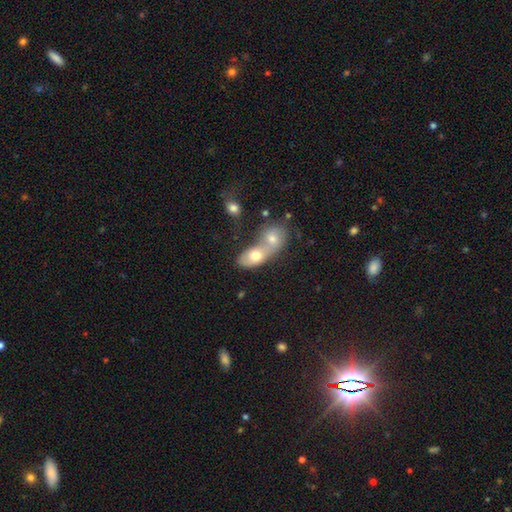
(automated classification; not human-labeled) This is likely a smooth galaxy (69%). How rounded: likely in between (78%). Merging: likely merger (77%).